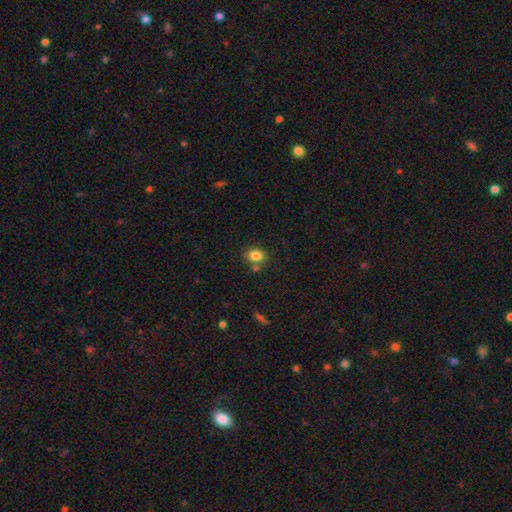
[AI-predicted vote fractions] Morphology: type=smooth (83%); roundness=round (51%); merging=none (73%).